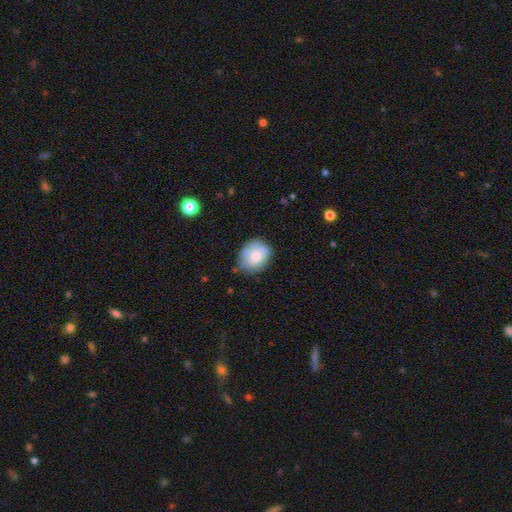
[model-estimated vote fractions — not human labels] Q: Smooth or featured?
A: smooth (73%); runner-up: featured or disk (20%)
Q: How rounded?
A: round (54%); runner-up: in between (45%)
Q: Merging?
A: none (67%); runner-up: minor disturbance (24%)